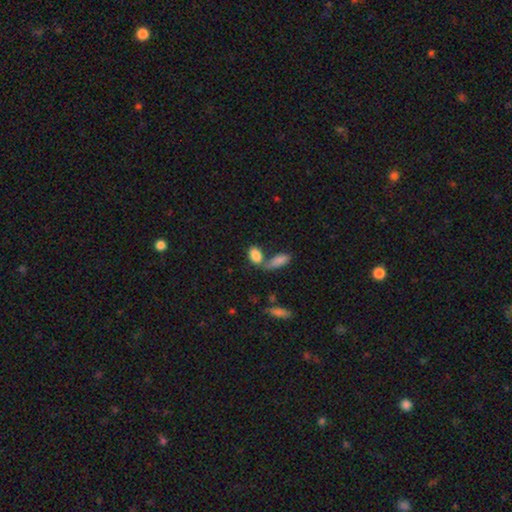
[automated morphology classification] smooth-or-featured: smooth: 84% | star or artifact: 8% | featured or disk: 8%
  how-rounded: in between: 89% | round: 7% | cigar-shaped: 5%
  merging: none: 43% | merger: 42% | minor disturbance: 11% | major disturbance: 5%